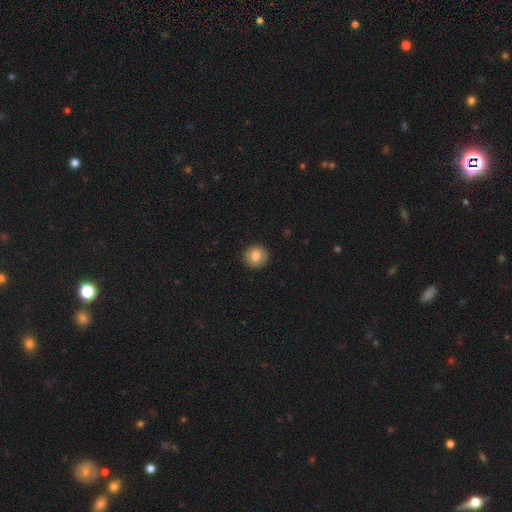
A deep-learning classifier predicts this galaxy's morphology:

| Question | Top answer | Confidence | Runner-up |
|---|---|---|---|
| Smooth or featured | smooth | 79% | featured or disk (13%) |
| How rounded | round | 92% | in between (7%) |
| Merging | none | 91% | minor disturbance (6%) |